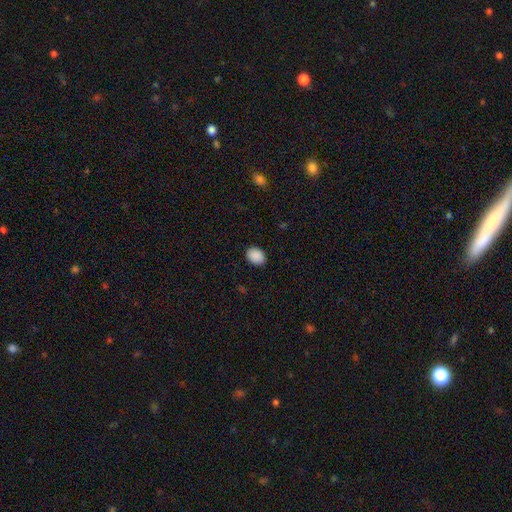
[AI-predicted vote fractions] The model was most divided on "how rounded": in between: 69%, round: 30%, cigar-shaped: 1%. More confident: smooth or featured — smooth (90%); merging — none (89%).